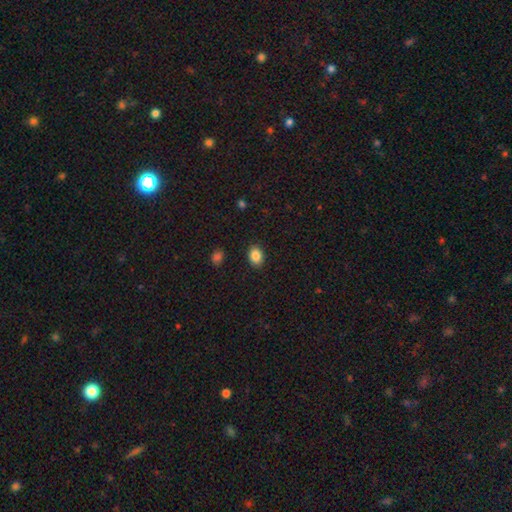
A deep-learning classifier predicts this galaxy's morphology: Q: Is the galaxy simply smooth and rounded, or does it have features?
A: smooth — 86%.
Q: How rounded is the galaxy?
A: in between — 70%.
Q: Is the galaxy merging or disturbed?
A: none — 89%.